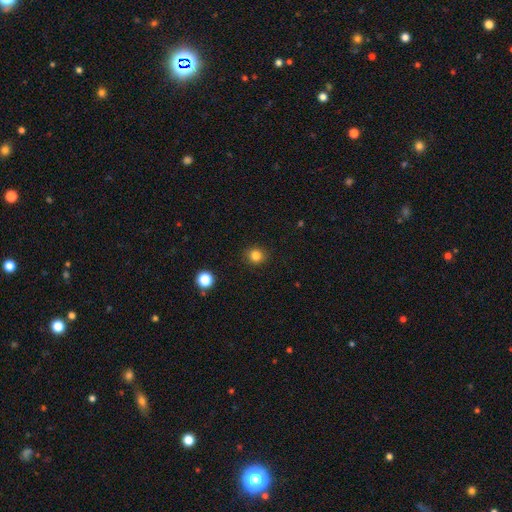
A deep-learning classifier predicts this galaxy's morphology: This is clearly a smooth galaxy (82%). How rounded: clearly round (87%). Merging: clearly none (91%).